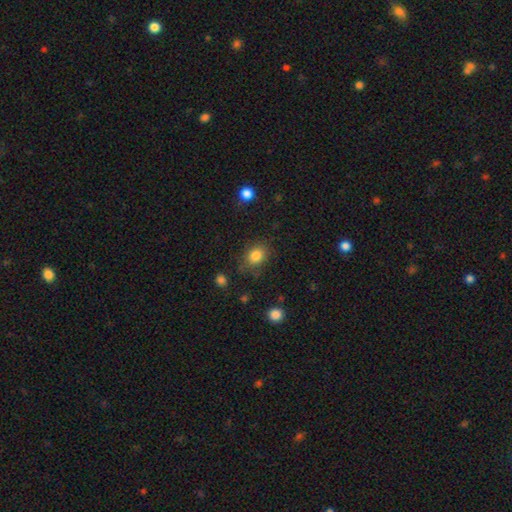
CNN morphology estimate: The model was most divided on "how rounded": round: 54%, in between: 45%, cigar-shaped: 1%. More confident: smooth or featured — smooth (83%); merging — none (76%).